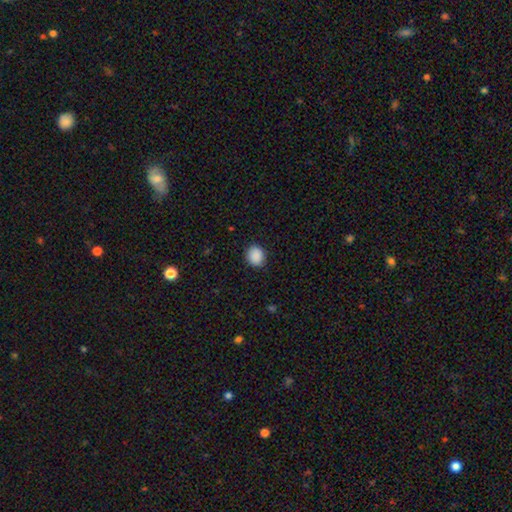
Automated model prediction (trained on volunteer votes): smooth-or-featured: smooth: 90% | star or artifact: 8% | featured or disk: 3%
  how-rounded: round: 68% | in between: 31% | cigar-shaped: 1%
  merging: none: 88% | minor disturbance: 9% | major disturbance: 2% | merger: 1%